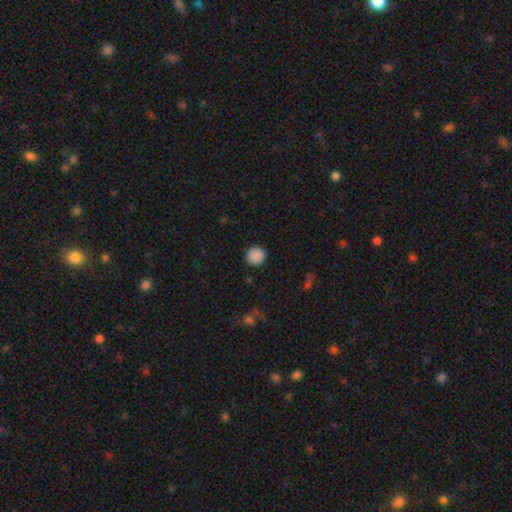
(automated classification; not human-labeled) Smooth or featured? Predicted: smooth (p=0.88). How rounded? Predicted: round (p=0.94). Merging? Predicted: none (p=0.91).